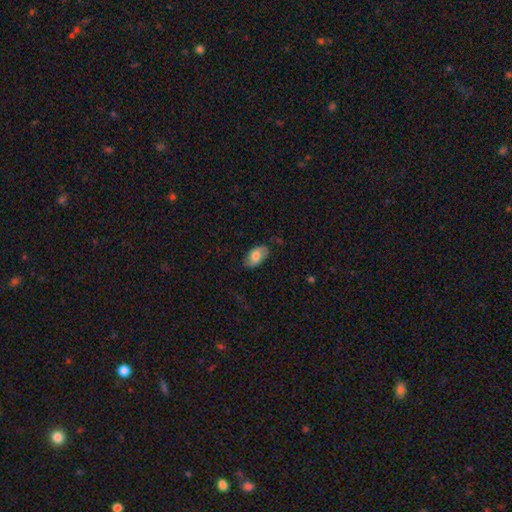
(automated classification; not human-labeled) Overall: smooth (69%). How rounded: in between (94%). Merging: none (73%).